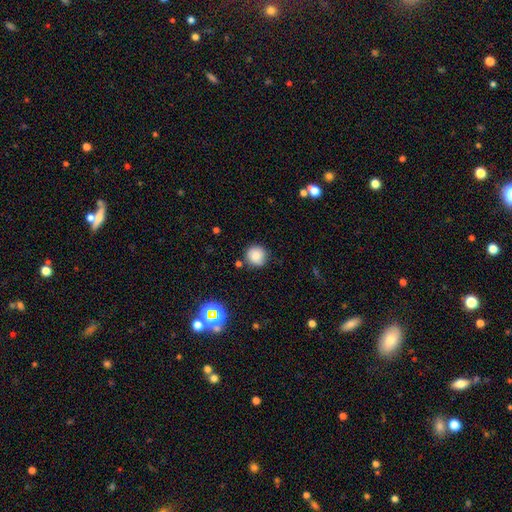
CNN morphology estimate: type=smooth (82%); roundness=round (94%); merging=none (83%).